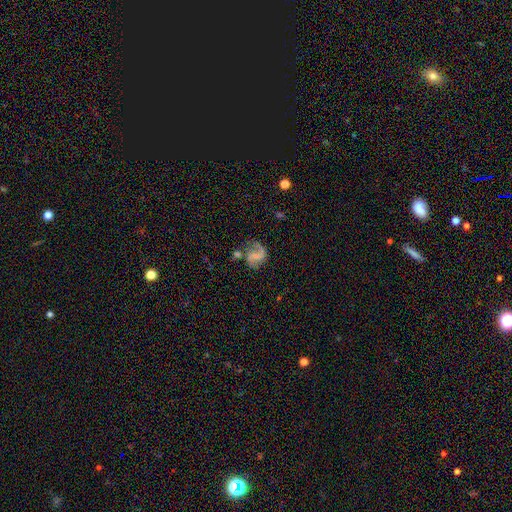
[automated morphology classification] Smooth or featured?
  - featured or disk: 78% *
  - smooth: 14%
  - star or artifact: 8%
Edge-on disk?
  - no: 98% *
  - yes: 2%
Bar?
  - weak: 43% *
  - no: 37%
  - strong: 20%
Spiral arms?
  - yes: 94% *
  - no: 6%
Spiral winding?
  - loose: 46% *
  - medium: 42%
  - tight: 11%
Spiral arm count?
  - 2: 86% *
  - 1: 8%
  - can't tell: 3%
  - 3: 1%
  - 4: 1%
  - more than 4: 1%
Bulge size?
  - none: 56% *
  - small: 26%
  - moderate: 13%
  - large: 3%
  - dominant: 1%
Merging?
  - none: 58% *
  - minor disturbance: 19%
  - major disturbance: 14%
  - merger: 9%